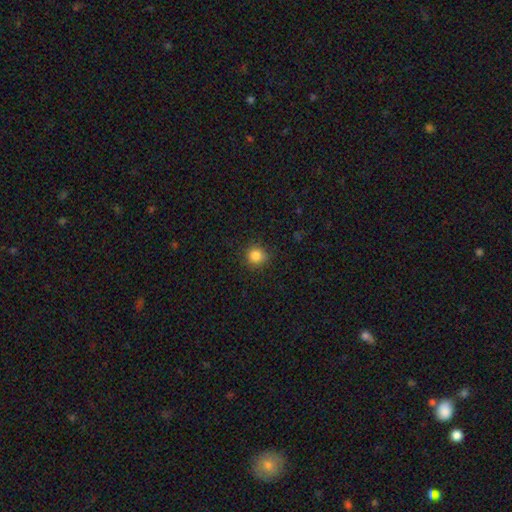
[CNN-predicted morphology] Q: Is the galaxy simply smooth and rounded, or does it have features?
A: smooth — 85%.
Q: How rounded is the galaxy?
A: round — 90%.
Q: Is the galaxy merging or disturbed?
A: none — 89%.